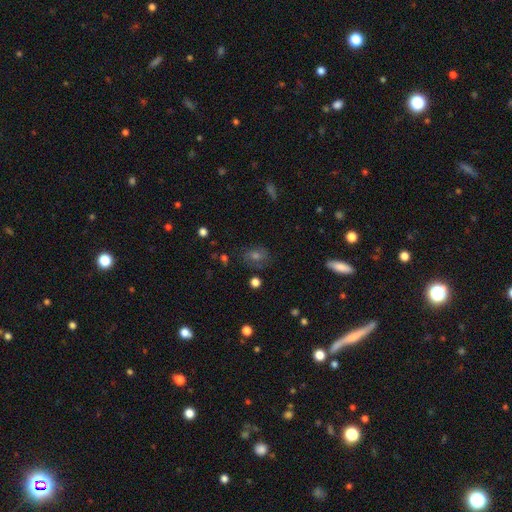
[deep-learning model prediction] Smooth or featured? smooth (42%)
Merging? none (77%)